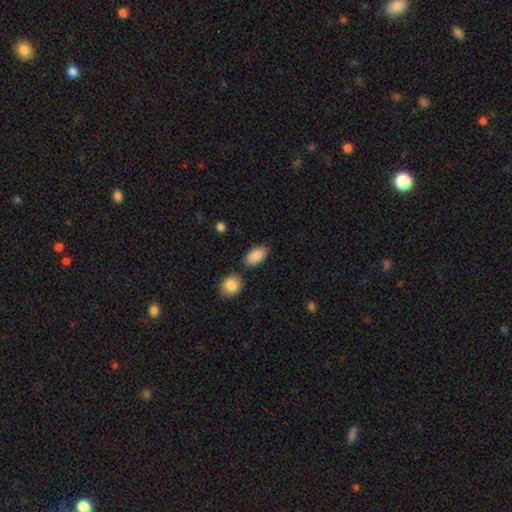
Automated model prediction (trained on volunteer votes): This is clearly a smooth galaxy (89%). How rounded: clearly in between (93%). Merging: likely none (78%).